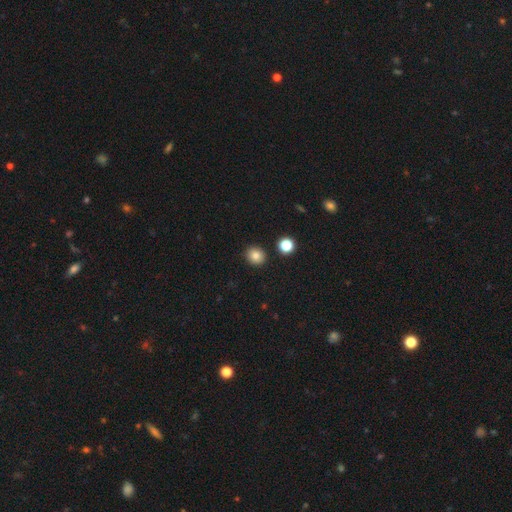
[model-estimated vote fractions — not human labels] A smooth galaxy with no disk features (83%) that is round (80%).

Vote fractions:
- Smooth or featured? smooth: 83% / star or artifact: 11% / featured or disk: 6%
- How rounded? round: 80% / in between: 19% / cigar-shaped: 1%
- Merging? none: 89% / minor disturbance: 7% / merger: 3% / major disturbance: 2%